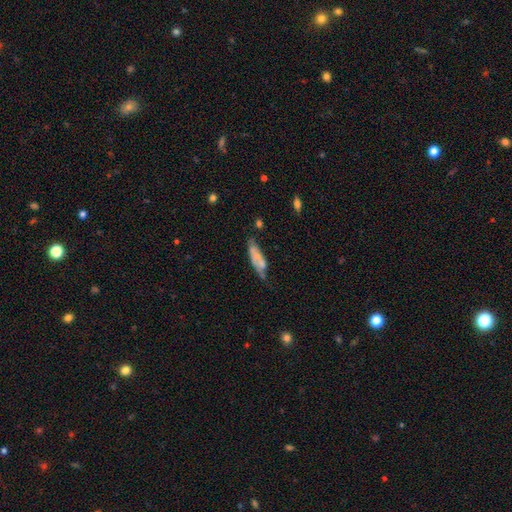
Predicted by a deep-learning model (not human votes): Overall: smooth (49%; featured or disk 44%). Merging: none (38%; minor disturbance 28%).